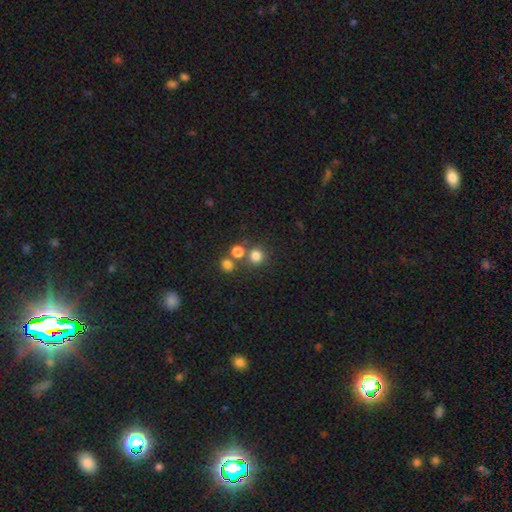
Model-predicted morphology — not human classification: The model was most divided on "merging": none: 71%, merger: 18%, minor disturbance: 7%, major disturbance: 4%. More confident: how rounded — round (91%); smooth or featured — smooth (77%).